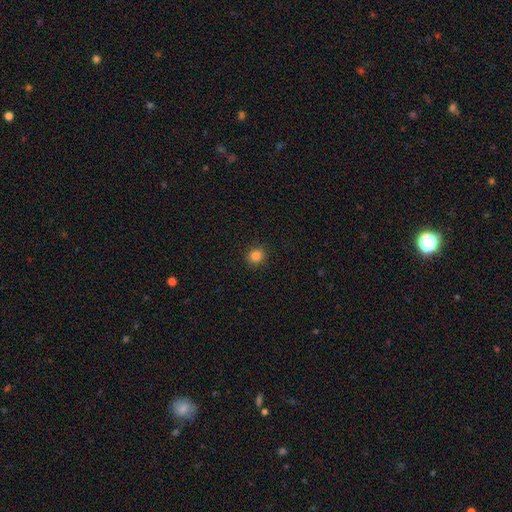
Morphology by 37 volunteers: Smooth or featured? 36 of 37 (97%) said smooth. How rounded? 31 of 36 (86%) said round. Merging? 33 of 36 (92%) said none.